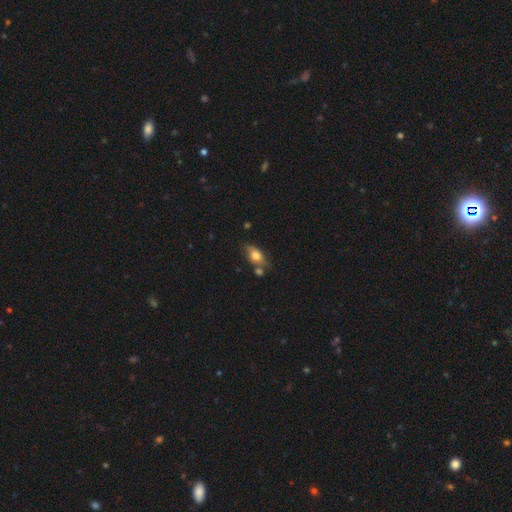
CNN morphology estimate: smooth_or_featured: smooth (p=0.71) [alt: featured or disk p=0.20]
how_rounded: in between (p=0.81) [alt: round p=0.11]
merging: none (p=0.59) [alt: minor disturbance p=0.20]